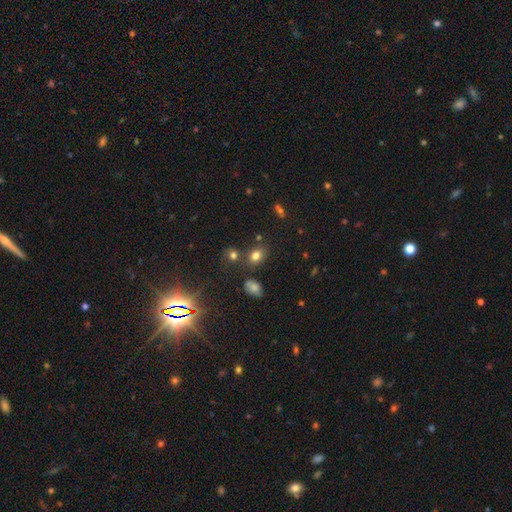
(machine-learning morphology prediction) type=smooth (75%); roundness=in between (65%); merging=none (73%).